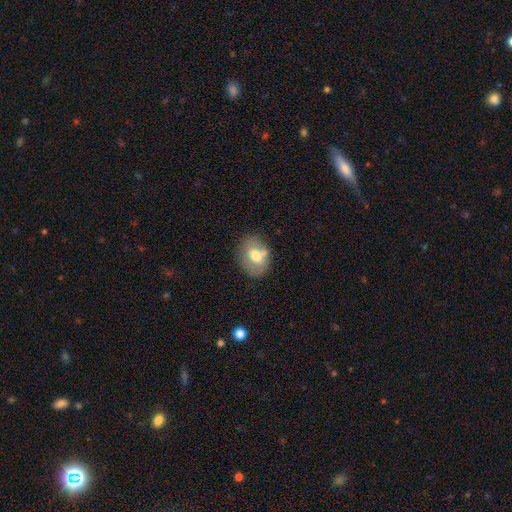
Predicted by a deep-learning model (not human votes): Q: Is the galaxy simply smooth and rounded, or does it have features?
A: smooth — 65%.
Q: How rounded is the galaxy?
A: in between — 65%.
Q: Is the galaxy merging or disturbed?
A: none — 66%.